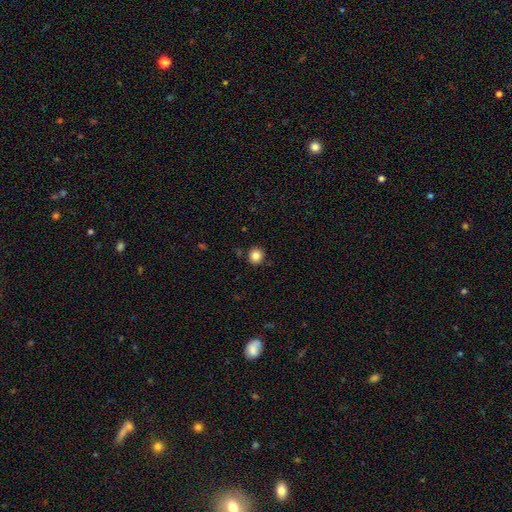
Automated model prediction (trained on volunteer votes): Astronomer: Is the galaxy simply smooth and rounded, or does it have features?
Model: smooth — 84%.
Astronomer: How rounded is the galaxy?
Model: round — 91%.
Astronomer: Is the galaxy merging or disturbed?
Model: none — 90%.